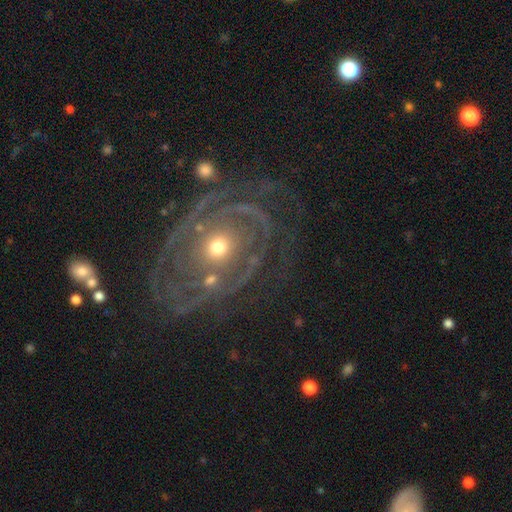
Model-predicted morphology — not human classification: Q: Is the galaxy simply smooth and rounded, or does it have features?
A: featured or disk — 88%.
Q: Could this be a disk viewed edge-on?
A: no — 97%.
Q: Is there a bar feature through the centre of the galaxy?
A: no — 74%.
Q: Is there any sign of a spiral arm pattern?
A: yes — 95%.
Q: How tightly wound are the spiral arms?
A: tight — 73%.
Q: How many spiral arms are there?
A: can't tell — 26%.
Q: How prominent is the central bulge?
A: moderate — 49%.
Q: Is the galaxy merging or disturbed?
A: none — 71%.